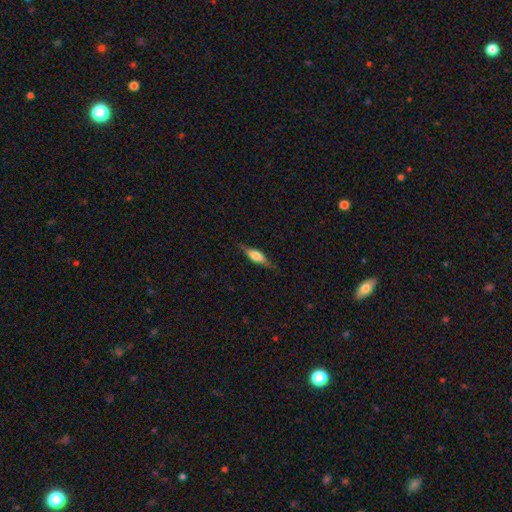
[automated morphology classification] smooth_or_featured: featured or disk (p=0.53) [alt: smooth p=0.40]
disk_edge_on: yes (p=0.94) [alt: no p=0.06]
merging: none (p=0.81) [alt: minor disturbance p=0.14]